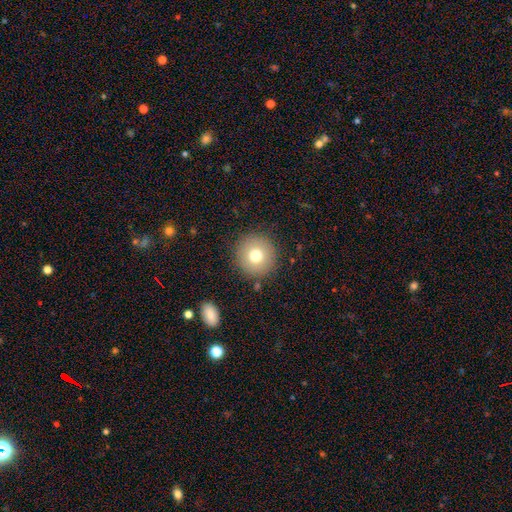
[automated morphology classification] A smooth galaxy with no disk features (75%) that is round (95%). Merging: none (88%).